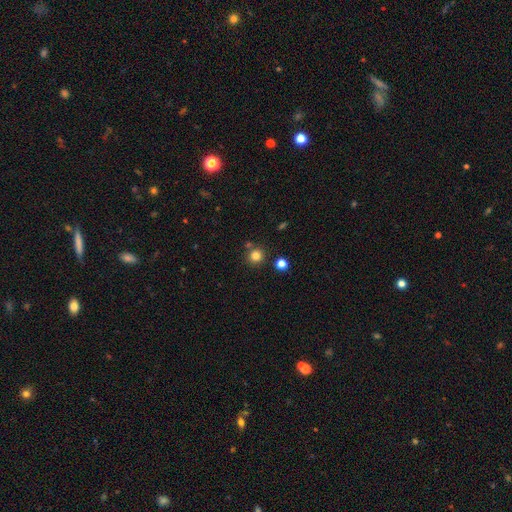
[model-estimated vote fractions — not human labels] Morphology: type=smooth (82%); roundness=round (93%); merging=none (82%).